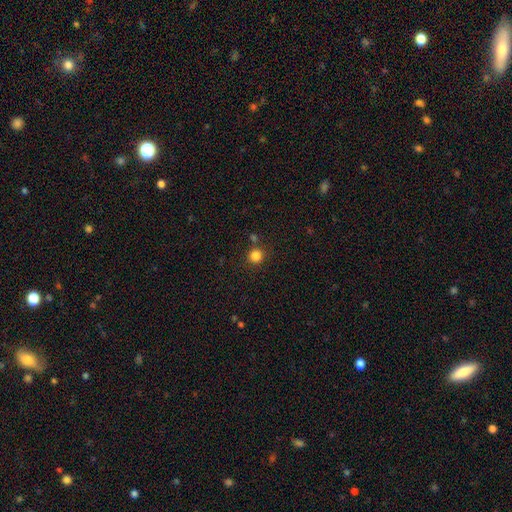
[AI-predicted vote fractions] Overall: smooth (83%). How rounded: round (93%). Merging: none (84%).